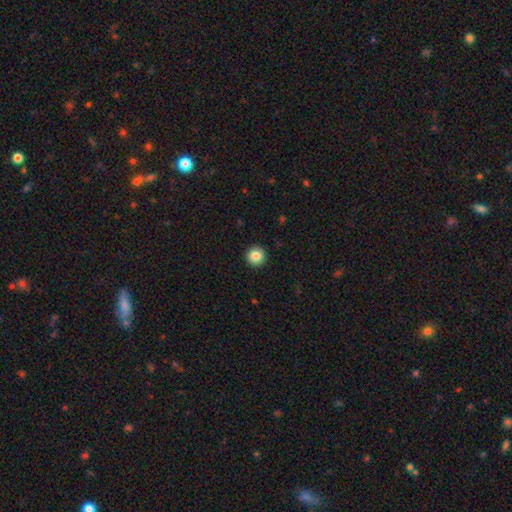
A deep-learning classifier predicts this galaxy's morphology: Smooth or featured? smooth (85%)
How rounded? round (96%)
Merging? none (93%)